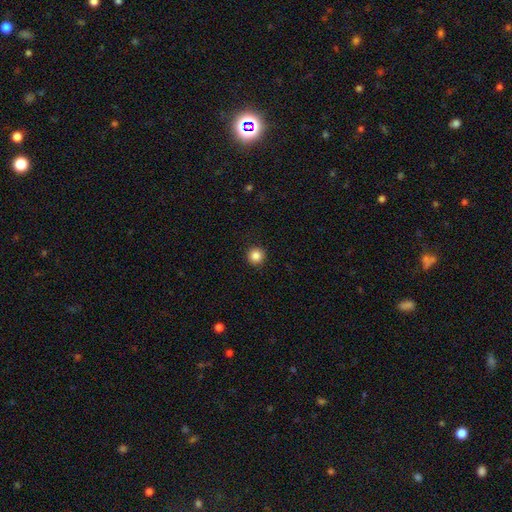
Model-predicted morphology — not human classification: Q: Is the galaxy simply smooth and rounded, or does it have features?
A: smooth — 86%.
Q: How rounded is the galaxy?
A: round — 96%.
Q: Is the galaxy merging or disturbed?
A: none — 92%.